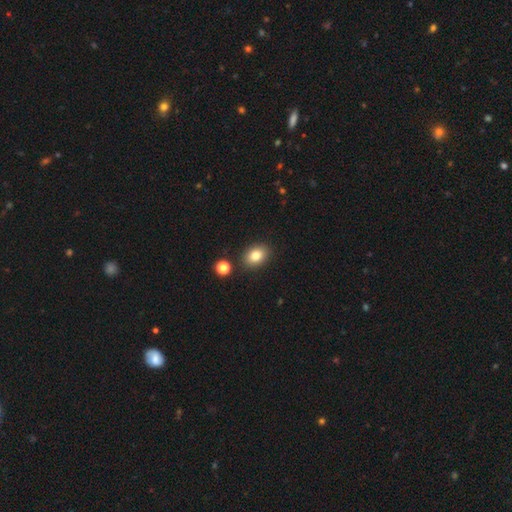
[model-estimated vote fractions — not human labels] This appears to be a smooth galaxy with no disk features (82%) that is in between round and cigar-shaped (73%). Merging: none (86%).